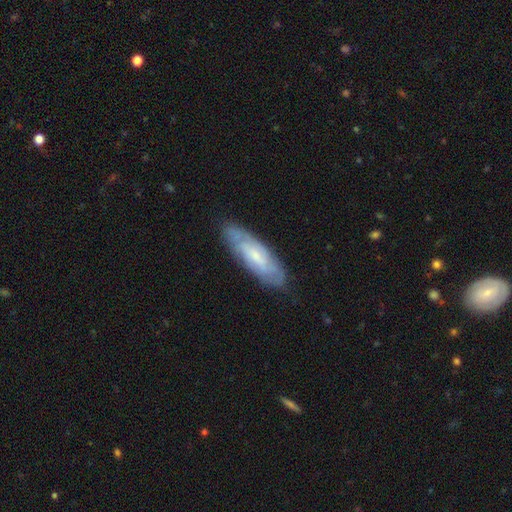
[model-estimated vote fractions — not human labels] A featured or disk galaxy (58%).

Vote fractions:
- Smooth or featured? featured or disk: 58% / smooth: 35% / star or artifact: 6%
- Edge-on disk? no: 75% / yes: 25%
- Merging? none: 80% / minor disturbance: 16% / major disturbance: 3% / merger: 1%